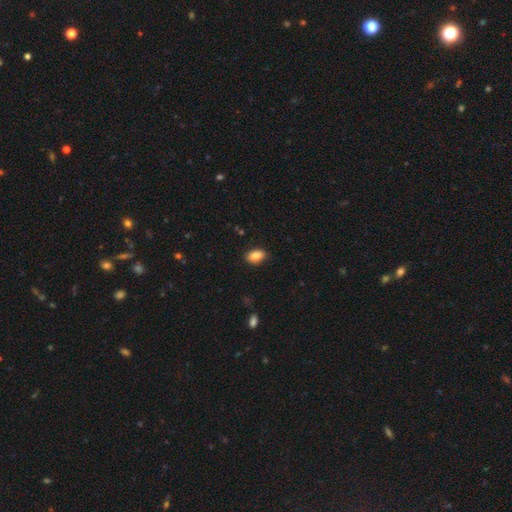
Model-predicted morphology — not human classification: smooth_or_featured: smooth (p=0.86) [alt: star or artifact p=0.08]
how_rounded: in between (p=0.89) [alt: round p=0.08]
merging: none (p=0.87) [alt: minor disturbance p=0.10]